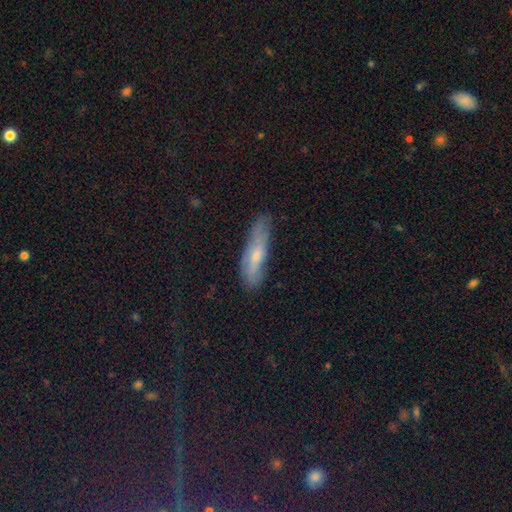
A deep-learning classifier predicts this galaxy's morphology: This is possibly a smooth galaxy (55%). How rounded: likely cigar-shaped (68%). Merging: likely none (68%).